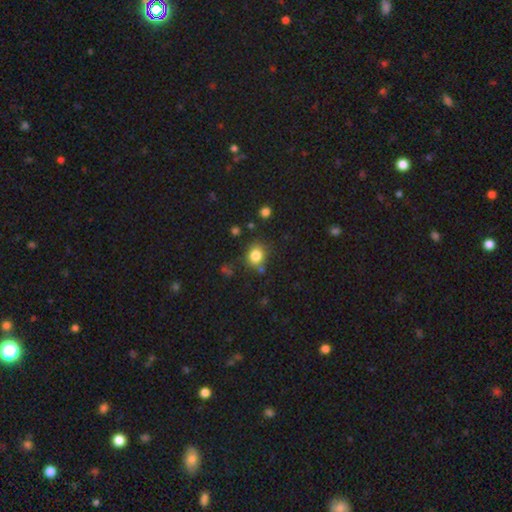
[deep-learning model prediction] This appears to be a smooth galaxy with no disk features (81%) that is round (69%). Merging: none (75%).